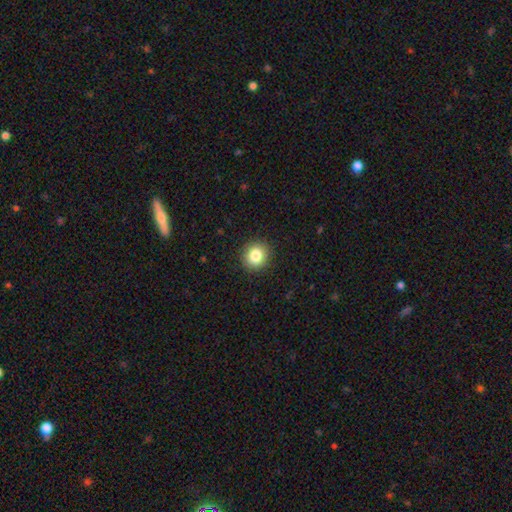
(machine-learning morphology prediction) Q: Smooth or featured?
A: smooth (83%); runner-up: star or artifact (10%)
Q: How rounded?
A: round (87%); runner-up: in between (12%)
Q: Merging?
A: none (91%); runner-up: minor disturbance (6%)